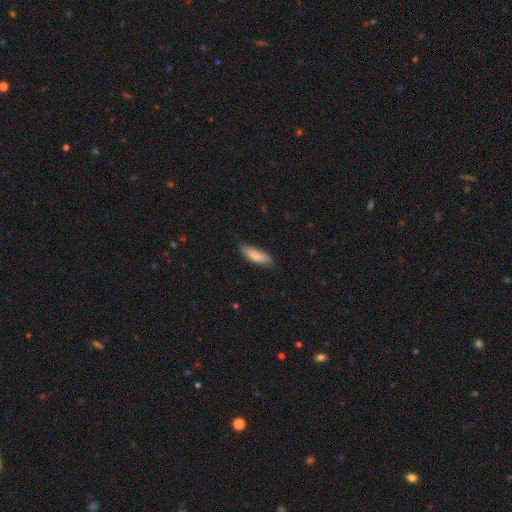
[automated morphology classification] Overall: smooth (83%). How rounded: in between (64%; cigar-shaped 35%). Merging: none (78%).